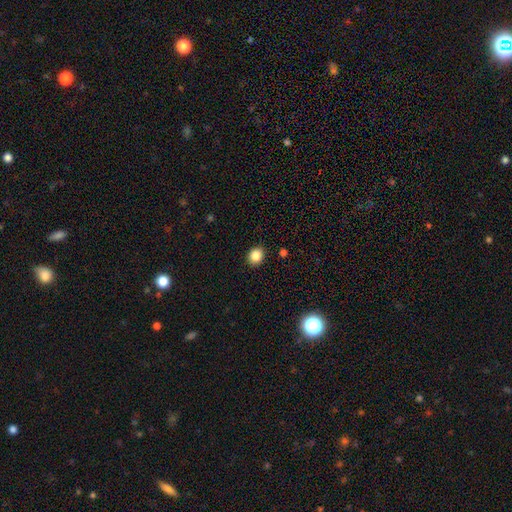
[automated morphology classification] Smooth or featured?
  - smooth: 86% *
  - star or artifact: 10%
  - featured or disk: 4%
How rounded?
  - round: 60% *
  - in between: 39%
  - cigar-shaped: 1%
Merging?
  - none: 90% *
  - minor disturbance: 7%
  - major disturbance: 2%
  - merger: 1%